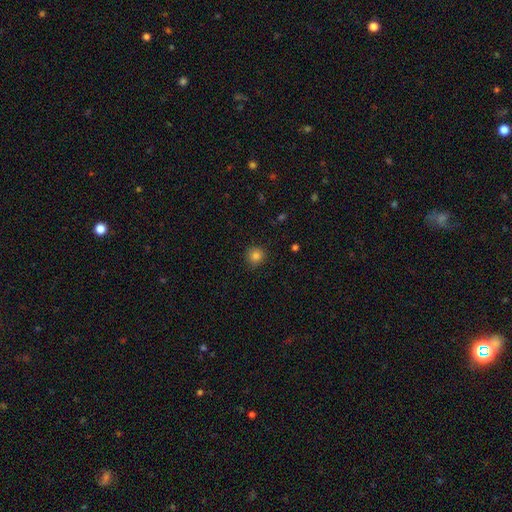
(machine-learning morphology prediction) Smooth or featured: smooth — 83% (star or artifact — 12%)
How rounded: round — 93% (in between — 6%)
Merging: none — 90% (minor disturbance — 7%)